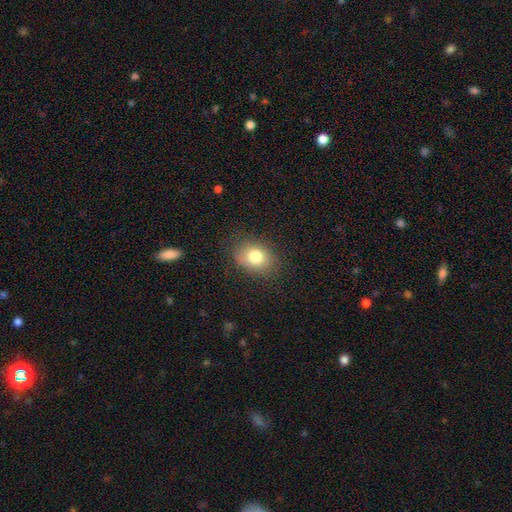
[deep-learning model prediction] Smooth or featured?
  - smooth: 77% *
  - featured or disk: 12%
  - star or artifact: 11%
How rounded?
  - in between: 59% *
  - round: 40%
  - cigar-shaped: 1%
Merging?
  - none: 81% *
  - minor disturbance: 14%
  - major disturbance: 5%
  - merger: 1%